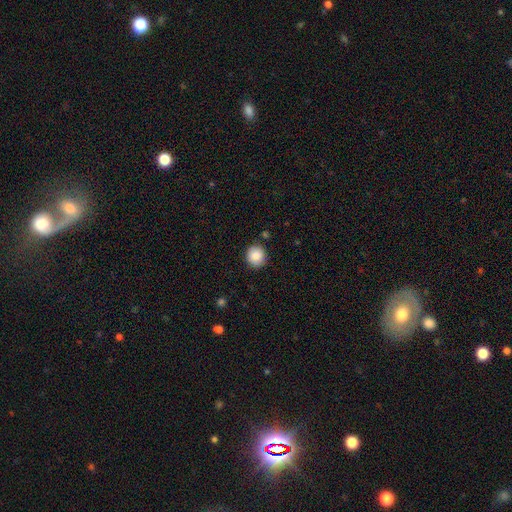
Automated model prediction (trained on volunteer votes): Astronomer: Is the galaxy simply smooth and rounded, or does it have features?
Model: smooth — 86%.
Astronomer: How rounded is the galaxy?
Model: round — 90%.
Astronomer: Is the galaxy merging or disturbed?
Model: none — 88%.